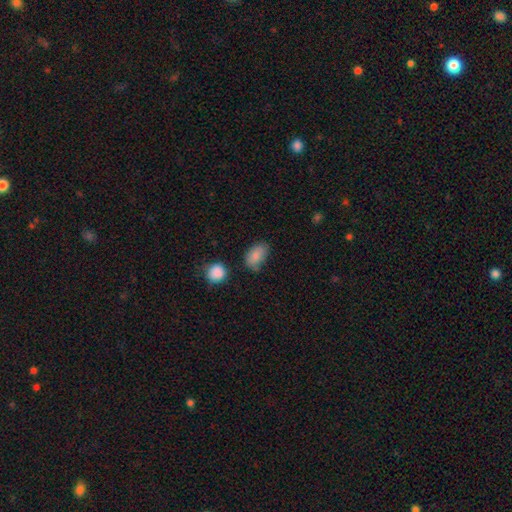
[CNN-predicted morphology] This appears to be a smooth galaxy with no disk features (85%) that is in between round and cigar-shaped (89%). Merging: none (65%).